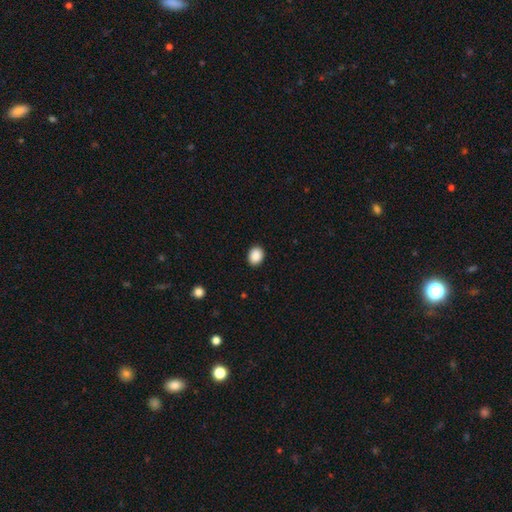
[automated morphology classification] The model was most divided on "how rounded": in between: 54%, round: 45%, cigar-shaped: 1%. More confident: merging — none (91%); smooth or featured — smooth (90%).